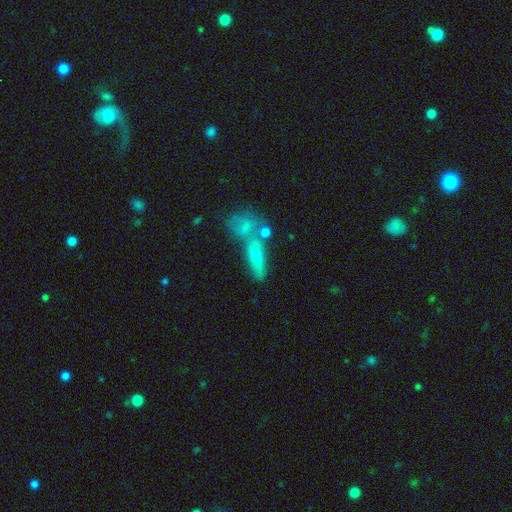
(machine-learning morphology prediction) This appears to be a smooth galaxy with no disk features (57%) that is cigar-shaped (47%). Merging: none (40%).